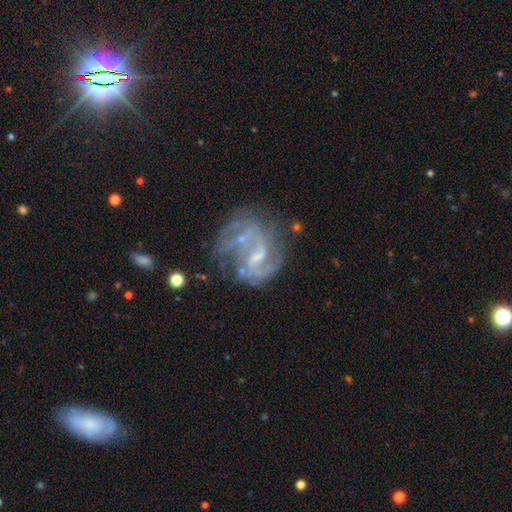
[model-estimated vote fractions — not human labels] This is clearly a featured or disk galaxy (82%). It is clearly not viewed edge-on (98%). Bar: possibly weak (54%). Spiral arm pattern: clearly yes (86%). Spiral arm count: possibly 2 (54%). Spiral winding: possibly medium (46%). Central bulge: possibly small (51%). Merging: possibly none (51%).